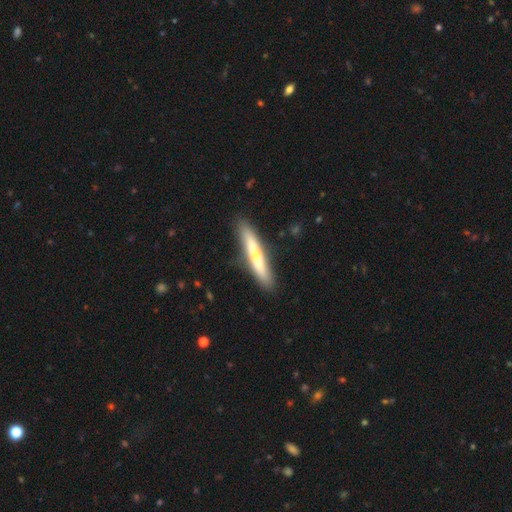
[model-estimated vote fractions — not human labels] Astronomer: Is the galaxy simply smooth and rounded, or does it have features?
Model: smooth — 59% (runner-up: featured or disk, 36%).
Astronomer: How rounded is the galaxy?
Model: cigar-shaped — 93%.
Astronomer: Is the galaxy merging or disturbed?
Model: none — 87%.